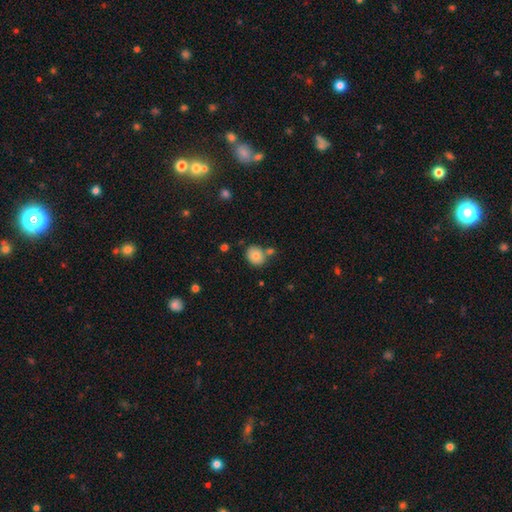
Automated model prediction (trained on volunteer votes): Smooth or featured? smooth (80%)
How rounded? round (60%)
Merging? none (70%)